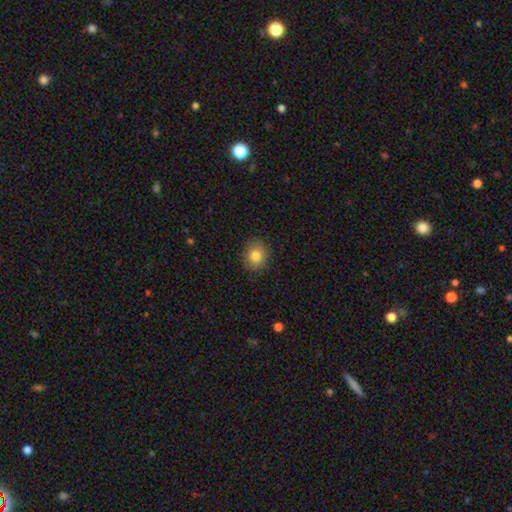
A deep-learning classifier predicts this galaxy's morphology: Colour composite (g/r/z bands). It shows a smooth galaxy with no disk features (81%) that is round (65%). Merging: none (88%).